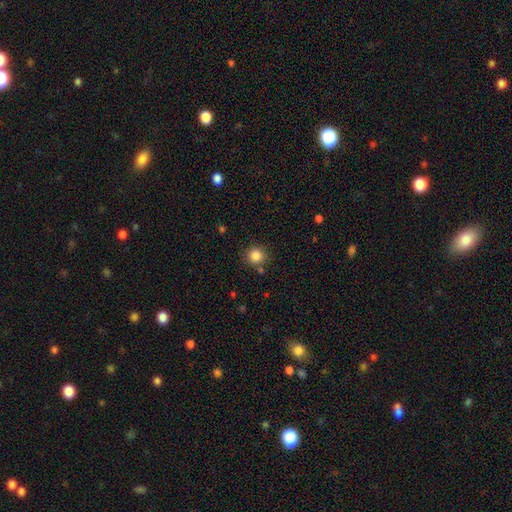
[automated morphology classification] This appears to be a smooth galaxy with no disk features (84%) that is round (93%). Merging: none (83%).